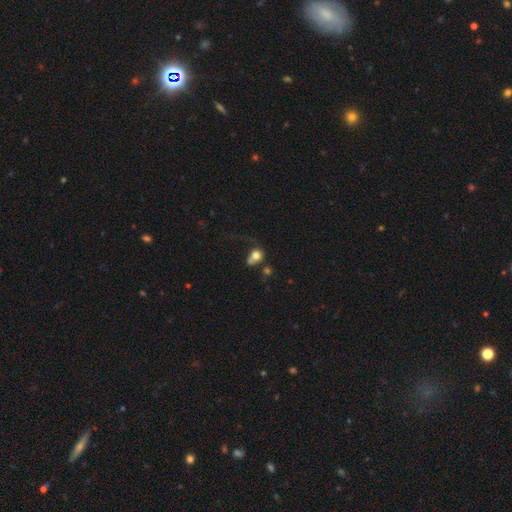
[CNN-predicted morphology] A smooth galaxy with no disk features (73%) that is round (58%). Merging: major disturbance (30%).